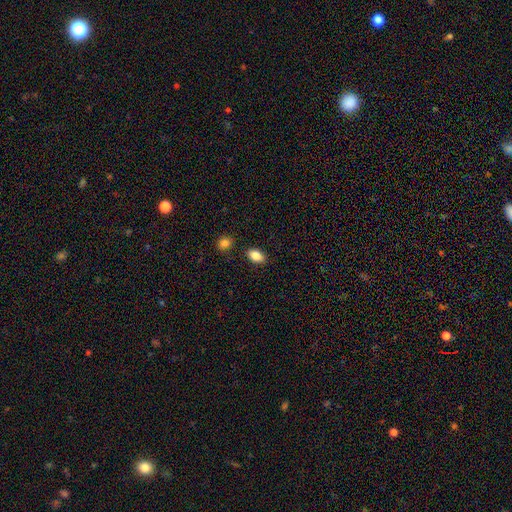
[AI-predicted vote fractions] Smooth or featured?
  - smooth: 86% *
  - star or artifact: 8%
  - featured or disk: 6%
How rounded?
  - in between: 90% *
  - round: 7%
  - cigar-shaped: 3%
Merging?
  - none: 85% *
  - minor disturbance: 9%
  - merger: 4%
  - major disturbance: 2%